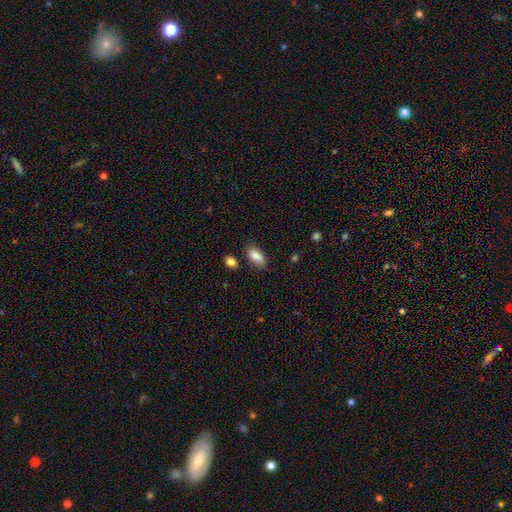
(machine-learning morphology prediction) smooth 84%, featured or disk 9%, star or artifact 7%. Down the decision tree: how rounded — in between (91%); merging — none (72%).